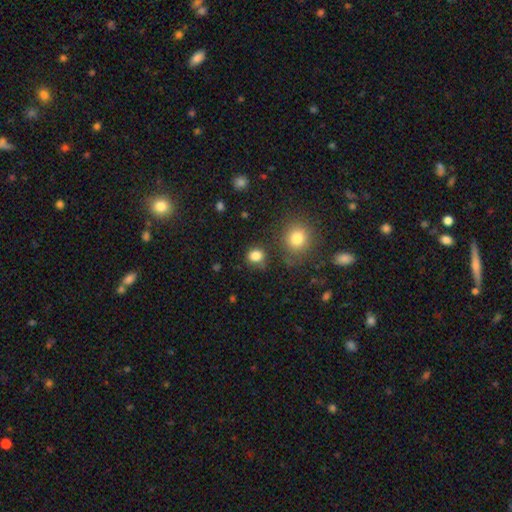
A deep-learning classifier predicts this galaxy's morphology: A smooth galaxy with no disk features (84%) that is round (71%). Merging: none (74%).